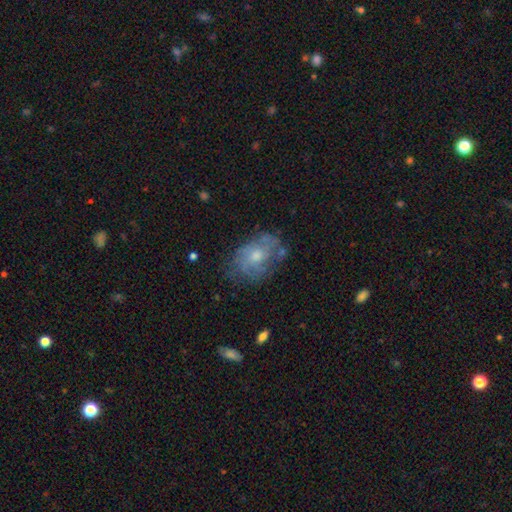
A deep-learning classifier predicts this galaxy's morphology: Smooth or featured? featured or disk (56%)
Edge-on disk? no (96%)
Bar? no (81%)
Spiral arms? yes (61%)
Bulge size? moderate (54%)
Merging? none (62%)